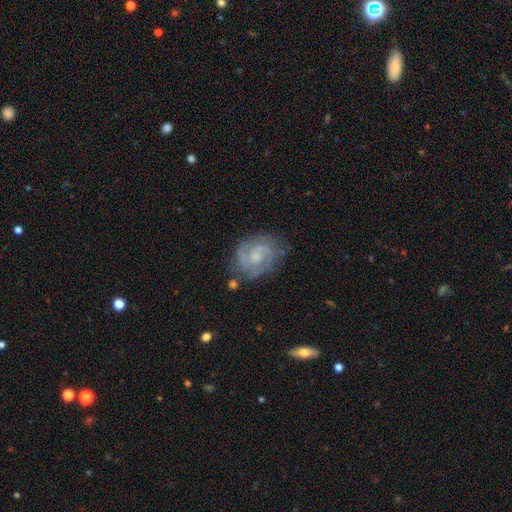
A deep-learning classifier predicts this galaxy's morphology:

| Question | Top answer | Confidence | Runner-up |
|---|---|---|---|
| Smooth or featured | featured or disk | 83% | smooth (11%) |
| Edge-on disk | no | 98% | yes (2%) |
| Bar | no | 52% | weak (42%) |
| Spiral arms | yes | 96% | no (4%) |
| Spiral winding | medium | 46% | tight (43%) |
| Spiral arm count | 2 | 72% | can't tell (11%) |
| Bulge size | small | 44% | moderate (35%) |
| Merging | none | 73% | minor disturbance (18%) |